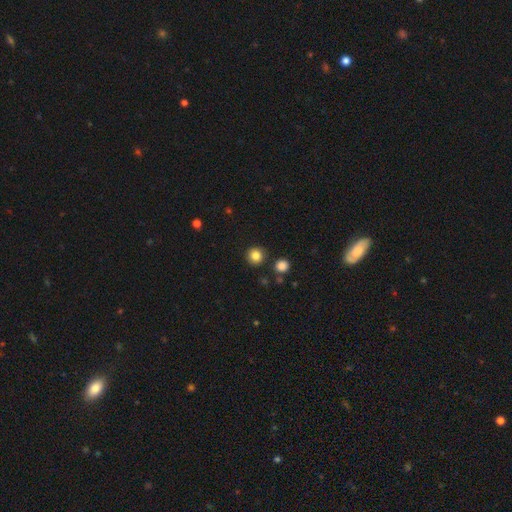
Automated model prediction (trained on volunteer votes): Smooth or featured? Predicted: smooth (p=0.84). How rounded? Predicted: round (p=0.93). Merging? Predicted: none (p=0.89).